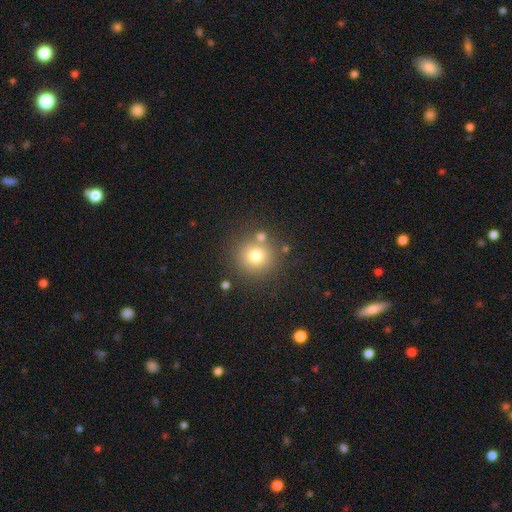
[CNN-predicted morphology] Smooth or featured?
  - smooth: 75% *
  - star or artifact: 14%
  - featured or disk: 11%
How rounded?
  - round: 93% *
  - in between: 6%
  - cigar-shaped: 1%
Merging?
  - none: 78% *
  - merger: 10%
  - minor disturbance: 9%
  - major disturbance: 4%